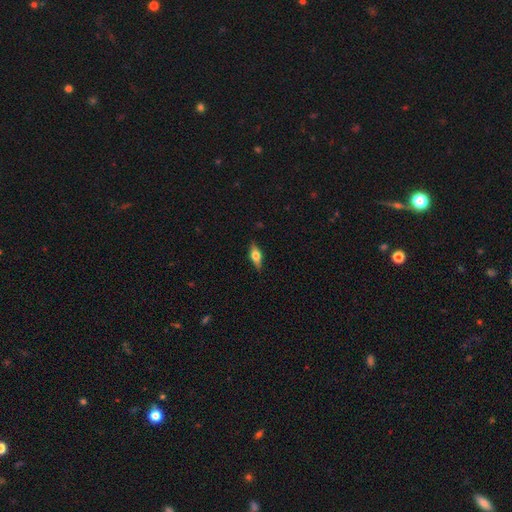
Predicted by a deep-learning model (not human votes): Smooth or featured? smooth (47%)
Merging? none (85%)